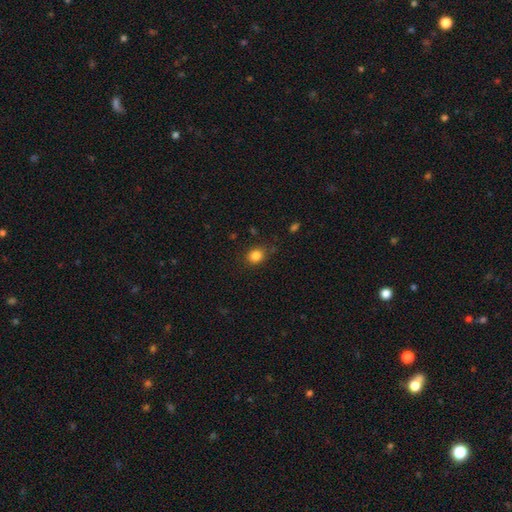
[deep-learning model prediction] This is clearly a smooth galaxy (84%). How rounded: likely round (73%). Merging: clearly none (83%).